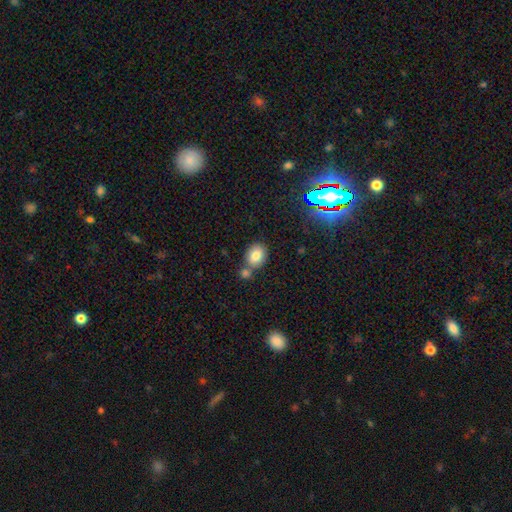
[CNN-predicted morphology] Overall: smooth (80%). How rounded: in between (54%; round 45%). Merging: none (61%; merger 25%).